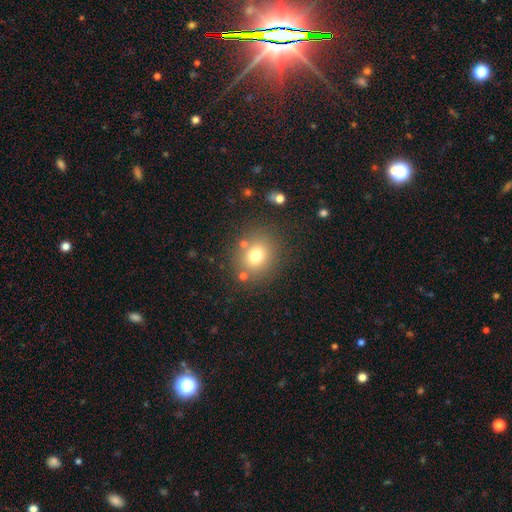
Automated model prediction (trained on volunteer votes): A smooth galaxy with no disk features (74%) that is round (75%). Merging: none (79%).